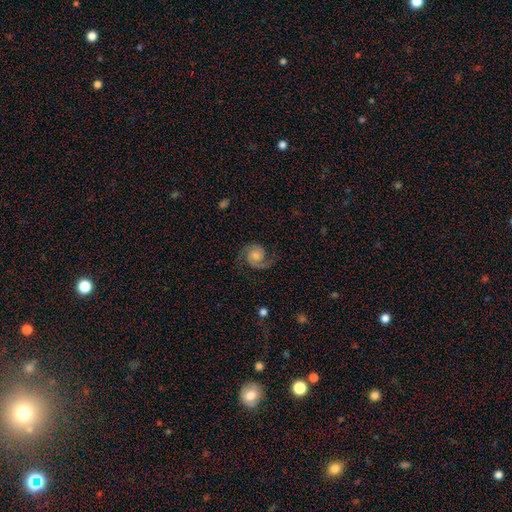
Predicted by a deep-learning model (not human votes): Smooth or featured? Predicted: featured or disk (p=0.83). Edge-on disk? Predicted: no (p=0.98). Bar? Predicted: no (p=0.68). Spiral arms? Predicted: yes (p=0.97). Spiral winding? Predicted: medium (p=0.52). Spiral arm count? Predicted: 2 (p=0.87). Bulge size? Predicted: moderate (p=0.36). Merging? Predicted: none (p=0.74).